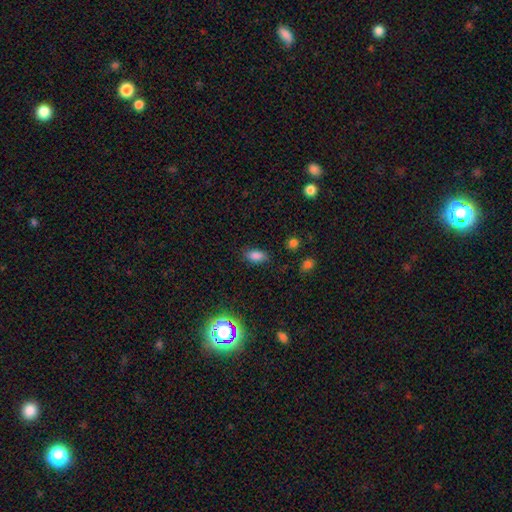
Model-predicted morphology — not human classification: Smooth or featured?
  - smooth: 81% *
  - star or artifact: 13%
  - featured or disk: 6%
How rounded?
  - in between: 89% *
  - round: 6%
  - cigar-shaped: 5%
Merging?
  - none: 82% *
  - minor disturbance: 13%
  - major disturbance: 4%
  - merger: 2%